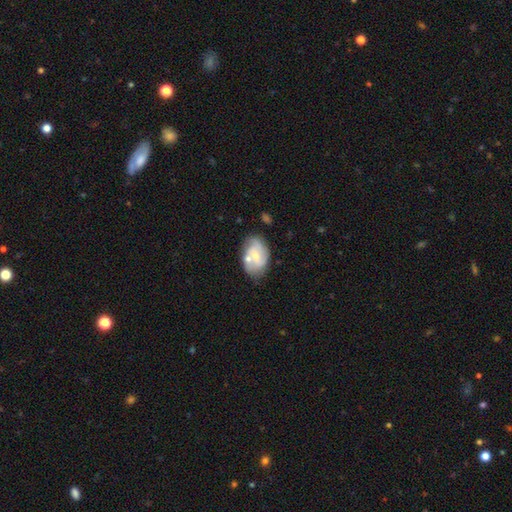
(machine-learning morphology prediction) type=featured or disk (57%); edge-on=no (96%); bar=no (51%); spiral arms=yes (71%); bulge=small (55%); merging=none (56%).